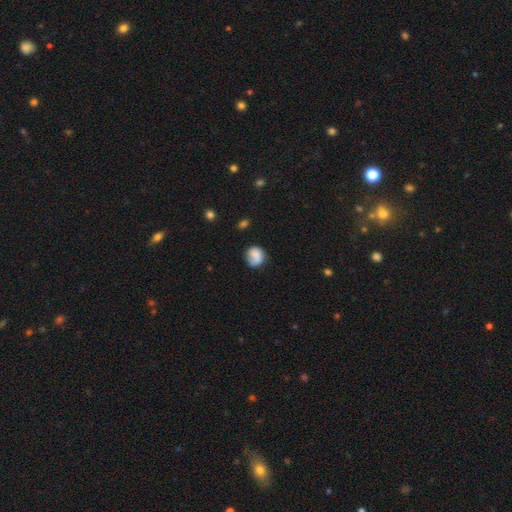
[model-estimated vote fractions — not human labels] smooth-or-featured: smooth: 75% | featured or disk: 17% | star or artifact: 8%
  how-rounded: round: 75% | in between: 24% | cigar-shaped: 1%
  merging: none: 60% | minor disturbance: 25% | major disturbance: 12% | merger: 3%